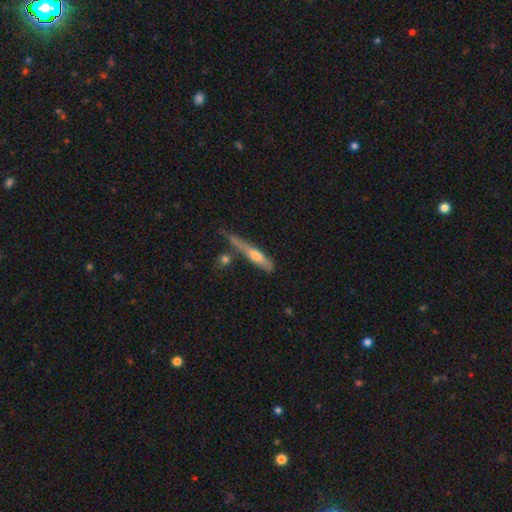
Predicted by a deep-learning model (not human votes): The model was most divided on "smooth or featured": featured or disk: 49%, smooth: 44%, star or artifact: 7%. More confident: merging — none (55%).